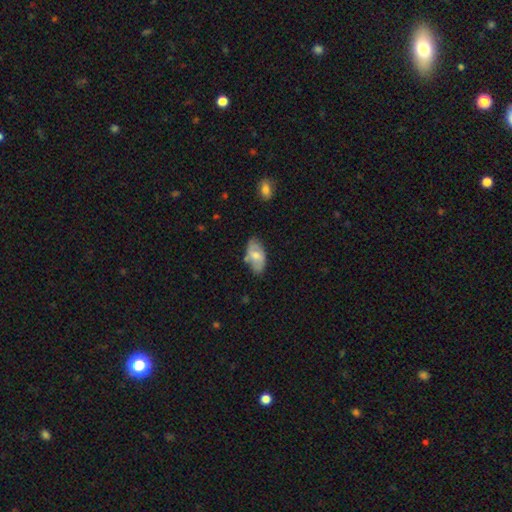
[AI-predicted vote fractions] smooth_or_featured: smooth (p=0.57) [alt: featured or disk p=0.37]
how_rounded: in between (p=0.93) [alt: round p=0.04]
merging: none (p=0.66) [alt: minor disturbance p=0.25]